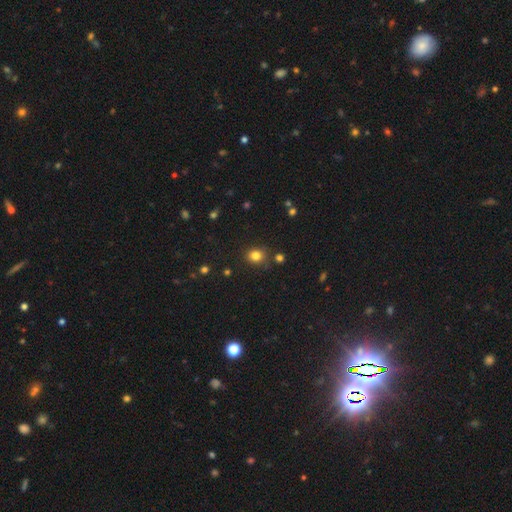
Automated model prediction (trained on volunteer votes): Smooth or featured? Predicted: smooth (p=0.81). How rounded? Predicted: round (p=0.75). Merging? Predicted: none (p=0.80).